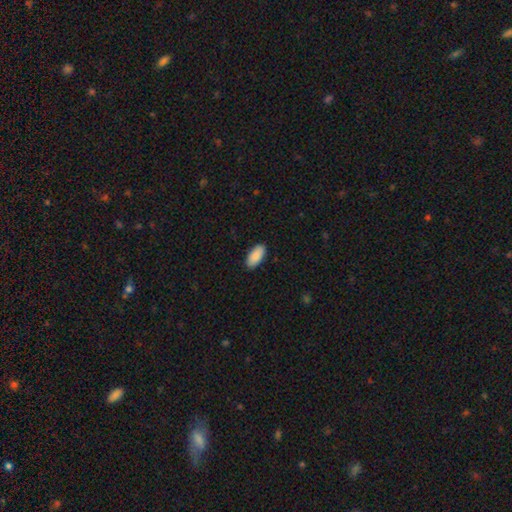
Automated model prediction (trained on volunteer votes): Smooth or featured? smooth (90%)
How rounded? in between (93%)
Merging? none (89%)